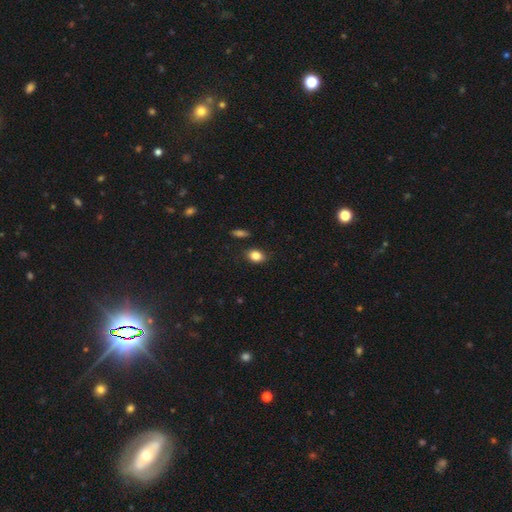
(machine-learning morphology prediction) smooth-or-featured: smooth: 84% | star or artifact: 10% | featured or disk: 6%
  how-rounded: in between: 65% | round: 33% | cigar-shaped: 2%
  merging: none: 81% | minor disturbance: 13% | major disturbance: 3% | merger: 2%